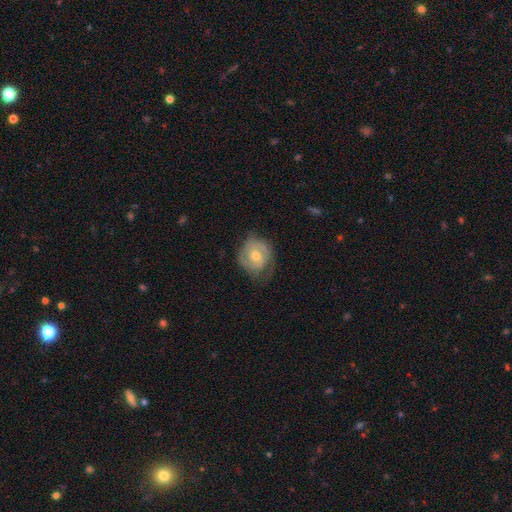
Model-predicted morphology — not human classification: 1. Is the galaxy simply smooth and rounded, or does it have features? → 63% featured or disk, 31% smooth, 7% star or artifact.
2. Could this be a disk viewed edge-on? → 97% no, 3% yes.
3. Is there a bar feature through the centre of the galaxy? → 69% no, 26% weak, 6% strong.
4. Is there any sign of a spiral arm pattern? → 79% yes, 21% no.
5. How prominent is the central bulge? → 66% moderate, 29% small, 3% large, 1% none, 1% dominant.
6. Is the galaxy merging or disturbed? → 61% none, 26% minor disturbance, 12% major disturbance, 1% merger.